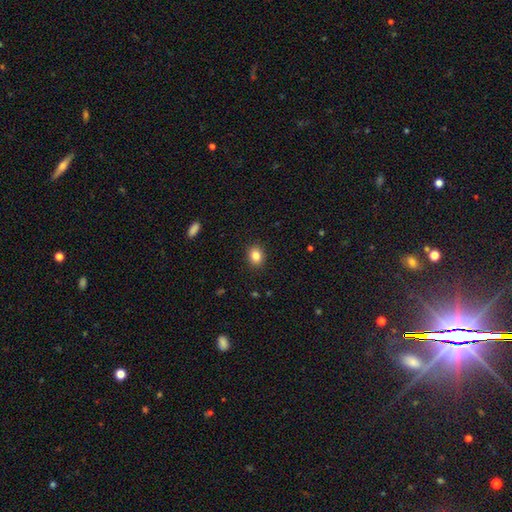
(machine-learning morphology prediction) Smooth or featured: smooth — 84% (star or artifact — 10%)
How rounded: round — 53% (in between — 46%)
Merging: none — 90% (minor disturbance — 7%)